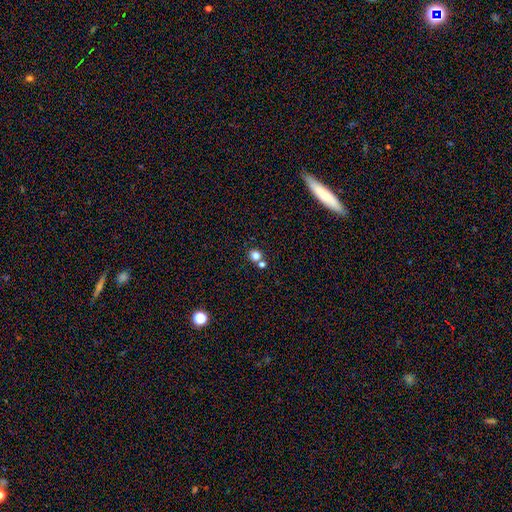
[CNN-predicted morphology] Q: Smooth or featured?
A: smooth (80%); runner-up: star or artifact (14%)
Q: How rounded?
A: round (87%); runner-up: in between (12%)
Q: Merging?
A: none (67%); runner-up: merger (23%)